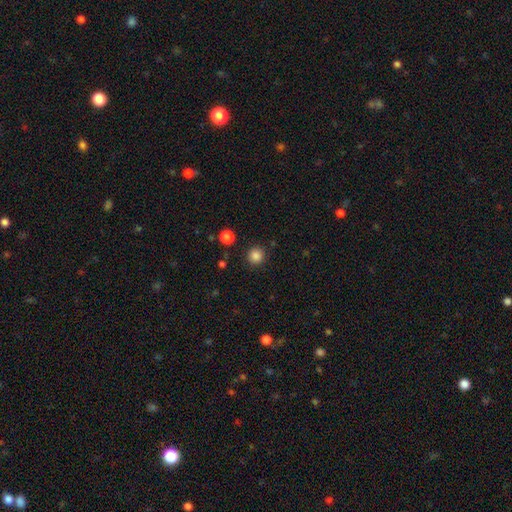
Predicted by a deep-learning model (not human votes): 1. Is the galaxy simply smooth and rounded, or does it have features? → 85% smooth, 12% star or artifact, 3% featured or disk.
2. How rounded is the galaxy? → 93% round, 6% in between, 1% cigar-shaped.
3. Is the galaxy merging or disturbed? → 90% none, 6% minor disturbance, 2% major disturbance, 2% merger.